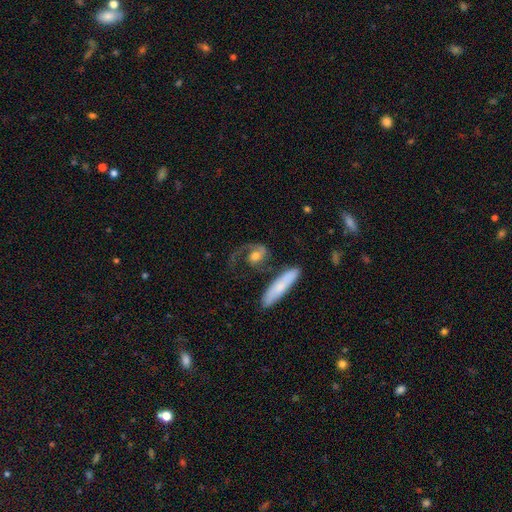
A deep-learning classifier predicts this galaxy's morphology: Smooth or featured: featured or disk — 67% (smooth — 26%)
Edge-on disk: no — 92% (yes — 8%)
Bar: no — 62% (weak — 29%)
Spiral arms: yes — 86% (no — 14%)
Spiral winding: loose — 41% (medium — 37%)
Spiral arm count: 1 — 62% (2 — 29%)
Bulge size: moderate — 59% (small — 19%)
Merging: none — 37% (major disturbance — 36%)